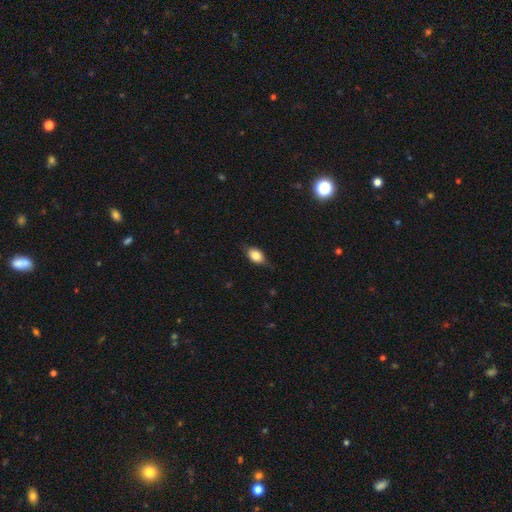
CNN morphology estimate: A smooth galaxy with no disk features (81%) that is in between round and cigar-shaped (85%). Merging: none (73%).